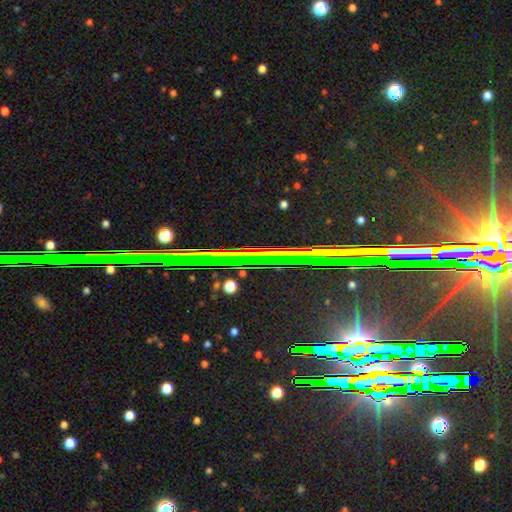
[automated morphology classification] This is clearly a star or artifact rather than a galaxy (83%).